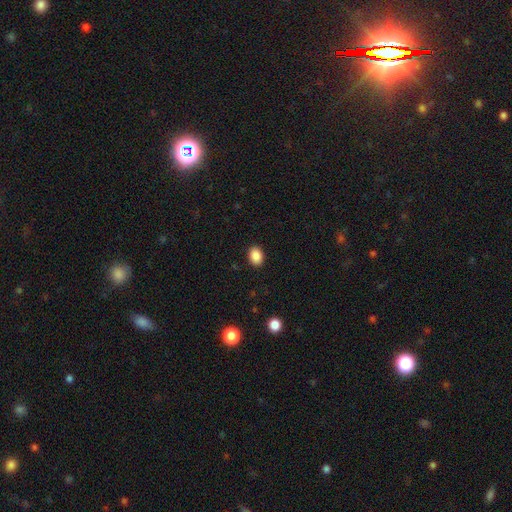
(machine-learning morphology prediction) The model was most divided on "how rounded": in between: 71%, round: 28%, cigar-shaped: 1%. More confident: merging — none (90%); smooth or featured — smooth (88%).